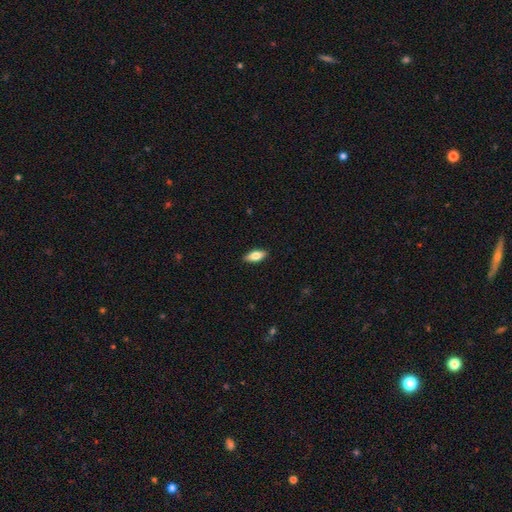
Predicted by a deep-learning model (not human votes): This is likely a smooth galaxy (72%). How rounded: clearly in between (81%). Merging: clearly none (89%).